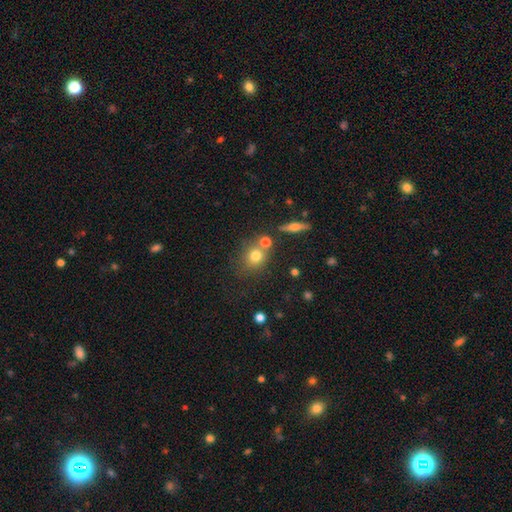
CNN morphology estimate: type=smooth (74%); roundness=round (75%); merging=none (64%).